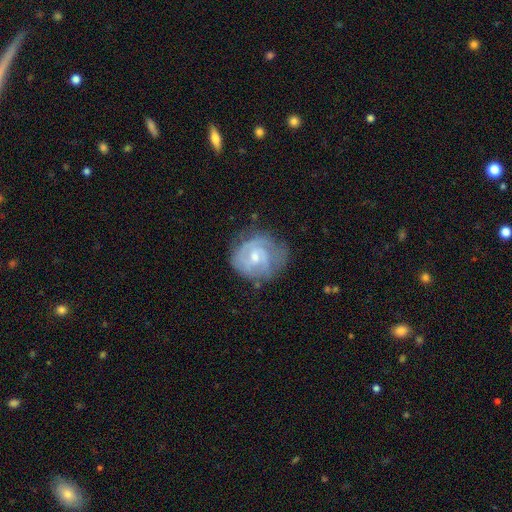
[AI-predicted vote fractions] Smooth or featured?
  - featured or disk: 76% *
  - smooth: 17%
  - star or artifact: 6%
Edge-on disk?
  - no: 98% *
  - yes: 2%
Bar?
  - no: 52% *
  - weak: 41%
  - strong: 7%
Spiral arms?
  - yes: 89% *
  - no: 11%
Spiral winding?
  - tight: 62% *
  - medium: 30%
  - loose: 8%
Spiral arm count?
  - 2: 41% *
  - can't tell: 32%
  - 3: 15%
  - 1: 5%
  - 4: 4%
  - more than 4: 3%
Bulge size?
  - small: 49% *
  - moderate: 46%
  - none: 2%
  - large: 2%
  - dominant: 1%
Merging?
  - none: 63% *
  - minor disturbance: 24%
  - major disturbance: 11%
  - merger: 2%